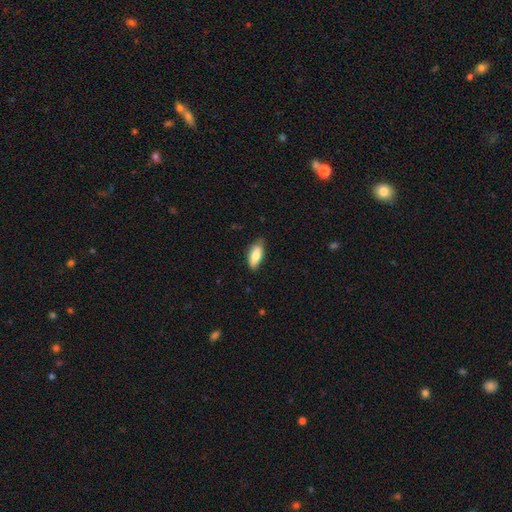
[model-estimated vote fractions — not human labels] The model was most divided on "merging": none: 76%, minor disturbance: 20%, major disturbance: 3%, merger: 1%. More confident: how rounded — in between (82%); smooth or featured — smooth (77%).